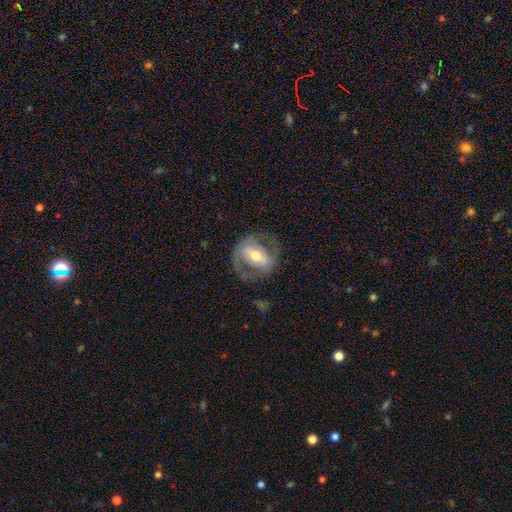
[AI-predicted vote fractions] smooth_or_featured: featured or disk (p=0.74) [alt: smooth p=0.20]
disk_edge_on: no (p=0.94) [alt: yes p=0.06]
bar: strong (p=0.43) [alt: weak p=0.35]
has_spiral_arms: yes (p=0.74) [alt: no p=0.26]
spiral_winding: medium (p=0.49) [alt: loose p=0.26]
spiral_arm_count: 2 (p=0.82) [alt: can't tell p=0.10]
bulge_size: moderate (p=0.69) [alt: small p=0.20]
merging: none (p=0.68) [alt: minor disturbance p=0.16]